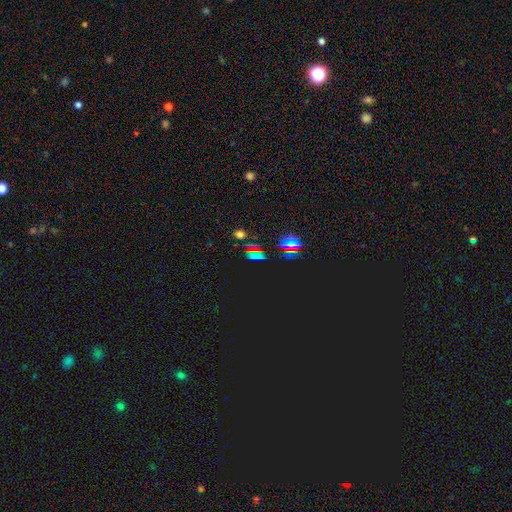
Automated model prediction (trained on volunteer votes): The model was most divided on "smooth or featured": star or artifact: 63%, smooth: 26%, featured or disk: 11%.